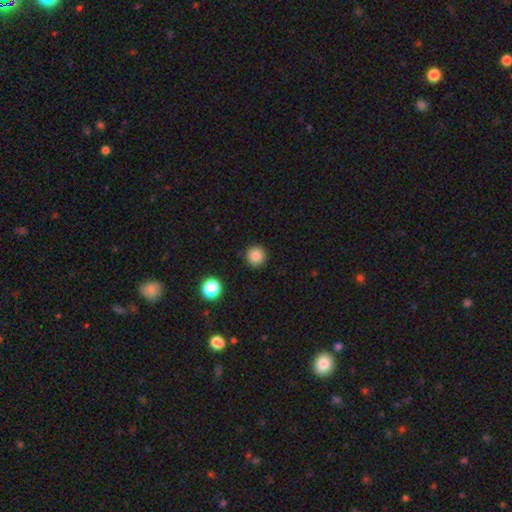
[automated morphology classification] Overall: smooth (85%). How rounded: round (95%). Merging: none (91%).